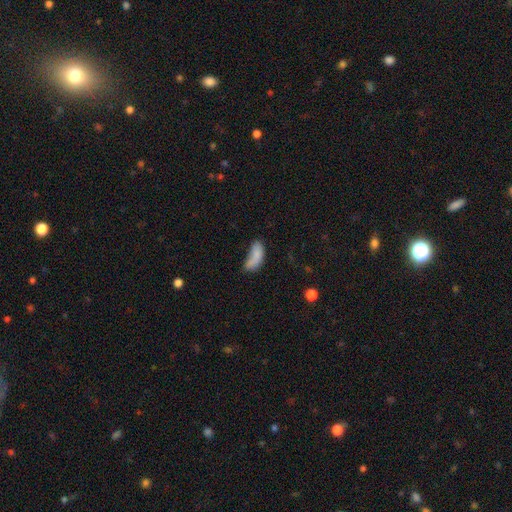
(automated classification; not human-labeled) smooth_or_featured: smooth (p=0.78) [alt: featured or disk p=0.14]
how_rounded: in between (p=0.86) [alt: cigar-shaped p=0.11]
merging: none (p=0.35) [alt: minor disturbance p=0.32]